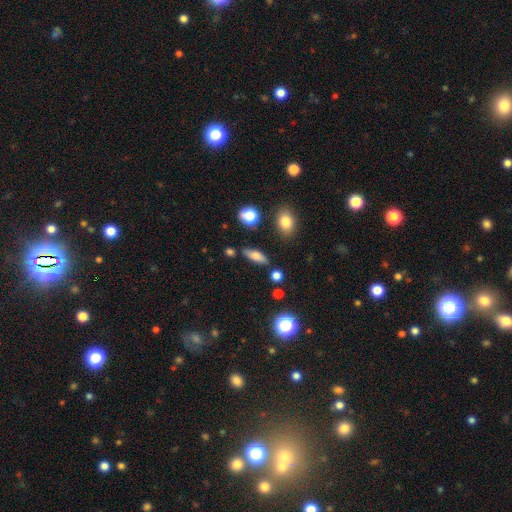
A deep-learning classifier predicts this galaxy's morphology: type=smooth (66%); roundness=in between (59%); merging=none (80%).